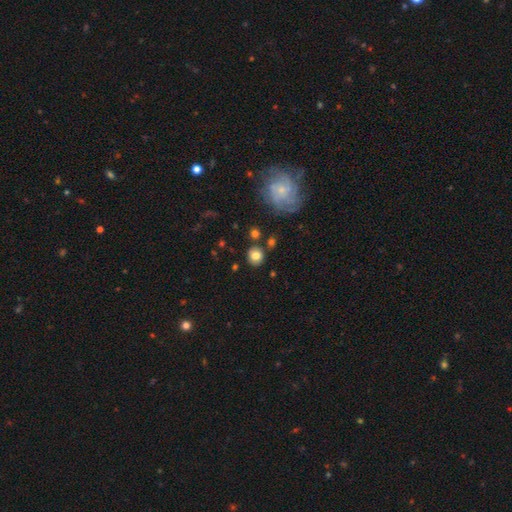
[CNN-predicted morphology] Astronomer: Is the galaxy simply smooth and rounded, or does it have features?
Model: smooth — 79%.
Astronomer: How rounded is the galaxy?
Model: round — 83%.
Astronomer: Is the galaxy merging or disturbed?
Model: none — 81%.